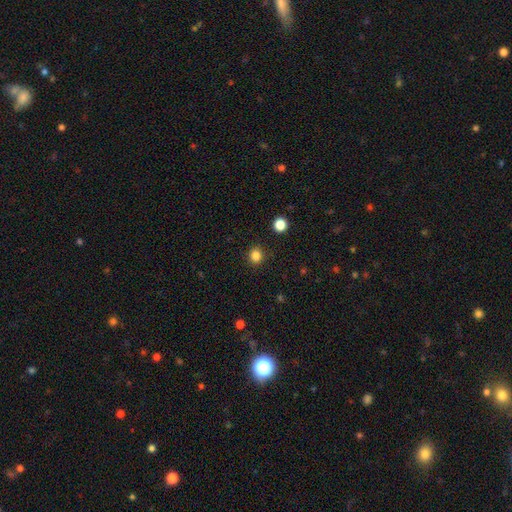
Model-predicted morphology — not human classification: Smooth or featured? Predicted: smooth (p=0.83). How rounded? Predicted: round (p=0.83). Merging? Predicted: none (p=0.90).